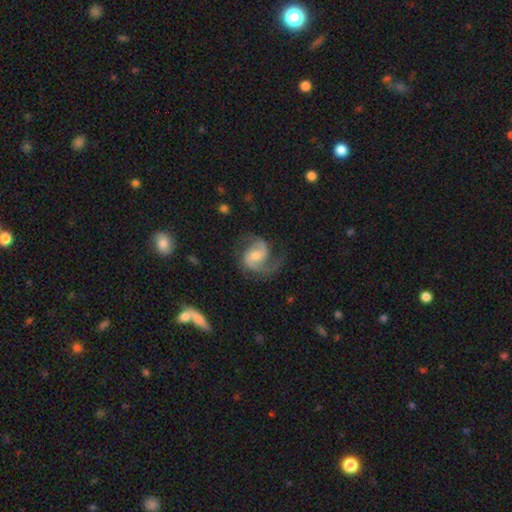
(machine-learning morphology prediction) A featured or disk galaxy (85%) with no bar (45%), 2 (83%) medium (53%) spiral arms (96%) and a moderate central bulge (57%). Merging: none (63%).